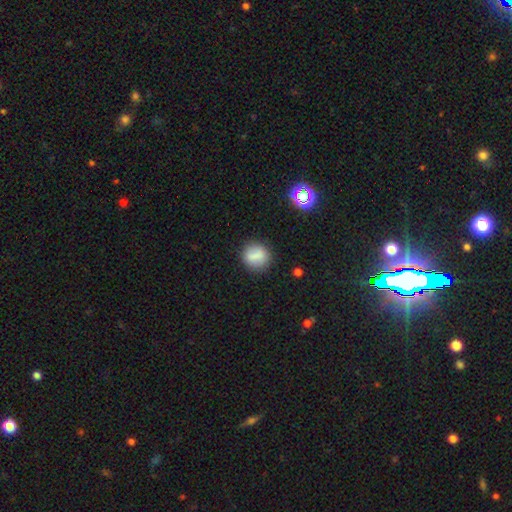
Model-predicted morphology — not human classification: This appears to be a smooth galaxy with no disk features (71%) that is round (75%). Merging: none (82%).